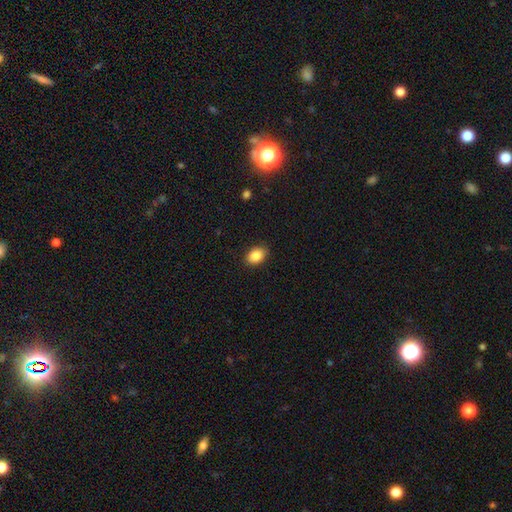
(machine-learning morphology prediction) Overall: smooth (87%). How rounded: in between (81%). Merging: none (87%).